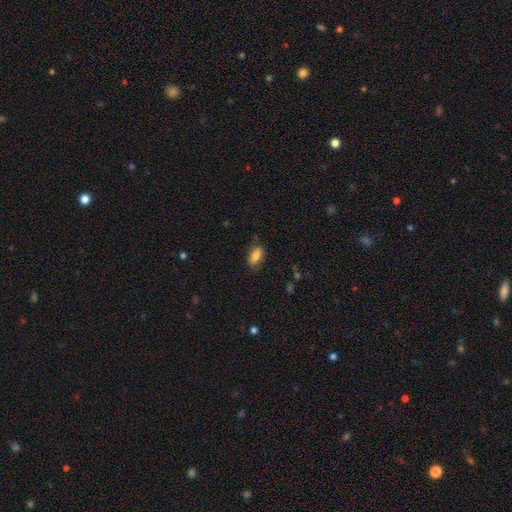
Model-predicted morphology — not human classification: This appears to be a smooth galaxy with no disk features (82%) that is in between round and cigar-shaped (86%). Merging: none (81%).